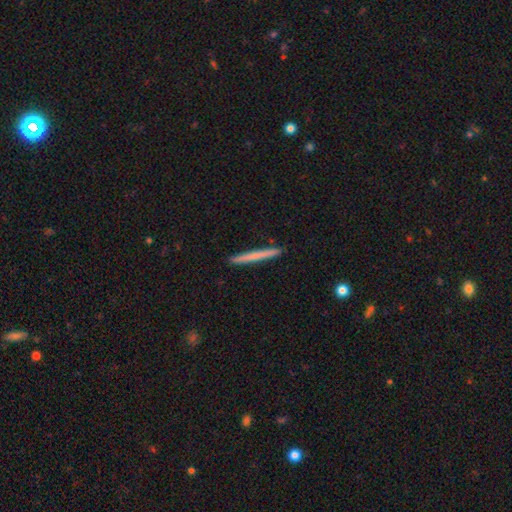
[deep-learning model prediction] smooth 63%, featured or disk 31%, star or artifact 6%. Down the decision tree: how rounded — cigar-shaped (97%); merging — none (93%).